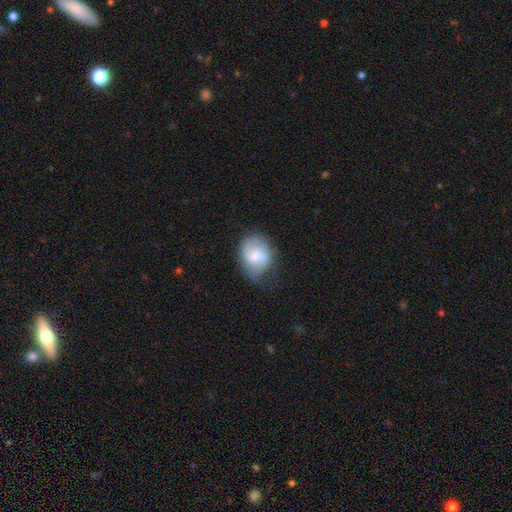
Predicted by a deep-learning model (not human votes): smooth 61%, featured or disk 32%, star or artifact 7%. Down the decision tree: how rounded — in between (56%); merging — none (45%).